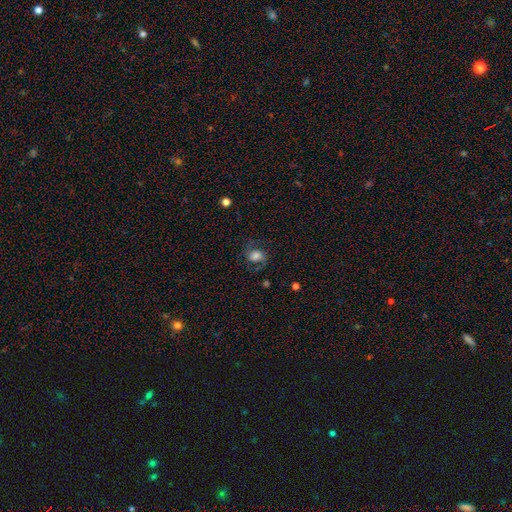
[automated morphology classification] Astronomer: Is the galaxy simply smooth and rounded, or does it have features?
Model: smooth — 45% (runner-up: featured or disk, 44%).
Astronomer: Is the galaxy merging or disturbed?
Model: none — 67%.